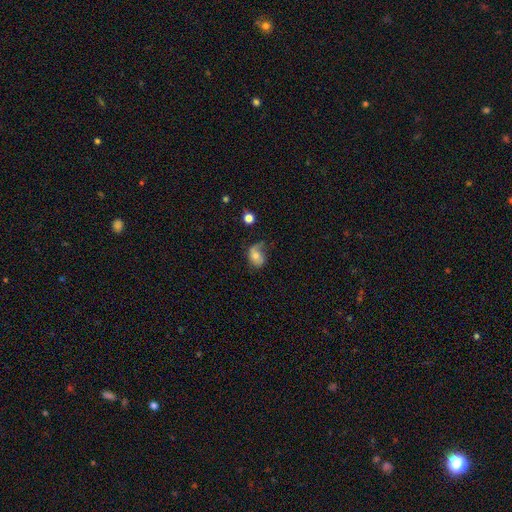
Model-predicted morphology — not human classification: Smooth or featured: smooth — 56% (featured or disk — 35%)
How rounded: in between — 68% (round — 30%)
Merging: none — 35% (minor disturbance — 33%)